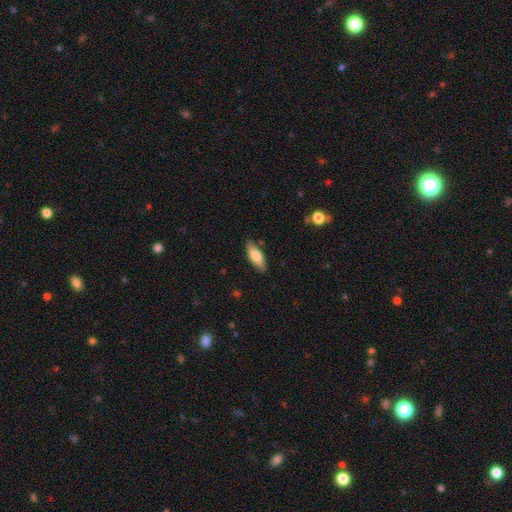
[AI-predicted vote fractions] Smooth or featured?
  - smooth: 74% *
  - featured or disk: 20%
  - star or artifact: 6%
How rounded?
  - in between: 69% *
  - cigar-shaped: 29%
  - round: 2%
Merging?
  - none: 85% *
  - minor disturbance: 12%
  - major disturbance: 2%
  - merger: 1%